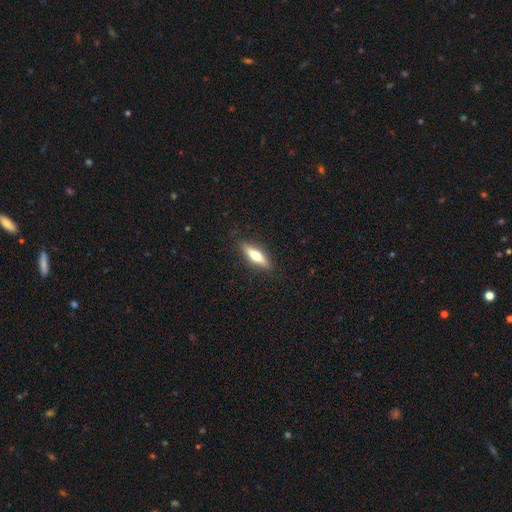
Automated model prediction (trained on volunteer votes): Smooth or featured? Predicted: smooth (p=0.50). Merging? Predicted: none (p=0.88).